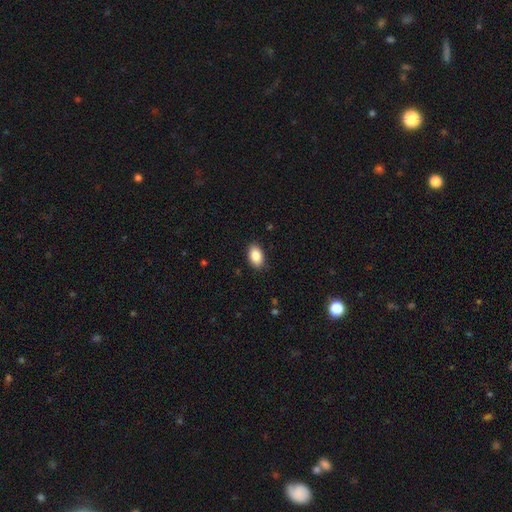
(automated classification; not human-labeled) smooth 87%, star or artifact 7%, featured or disk 5%. Down the decision tree: how rounded — in between (90%); merging — none (87%).